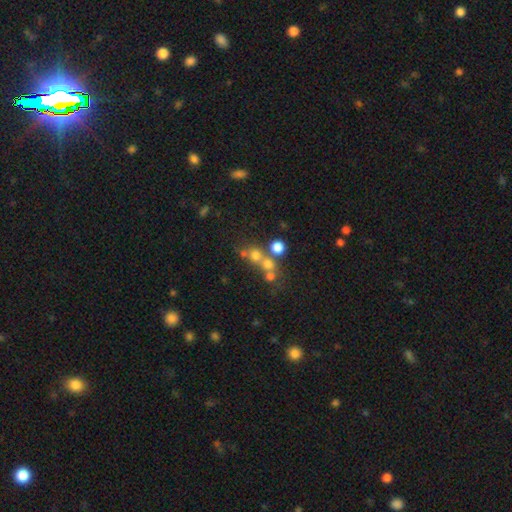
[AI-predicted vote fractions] Smooth or featured? smooth (57%)
How rounded? round (87%)
Merging? none (46%)